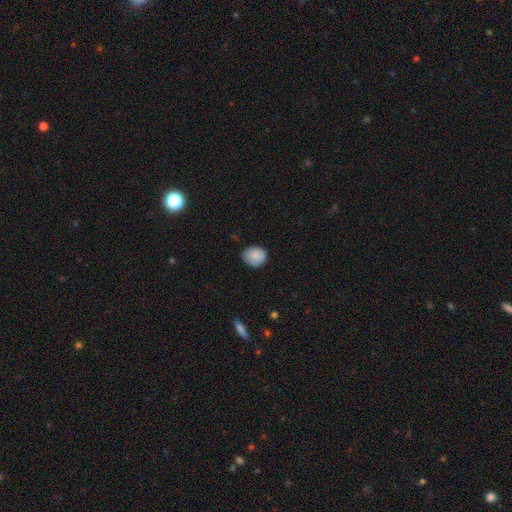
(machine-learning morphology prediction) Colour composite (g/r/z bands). It shows a smooth galaxy with no disk features (85%) that is round (67%). Merging: none (77%).